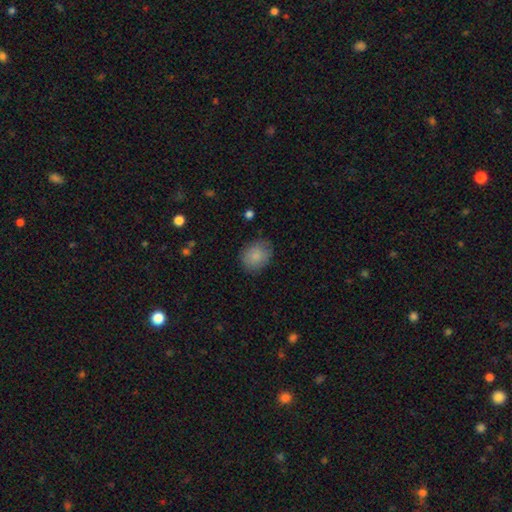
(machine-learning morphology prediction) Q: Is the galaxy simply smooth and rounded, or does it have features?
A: smooth — 86%.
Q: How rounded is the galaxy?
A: round — 56%.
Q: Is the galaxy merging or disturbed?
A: none — 76%.